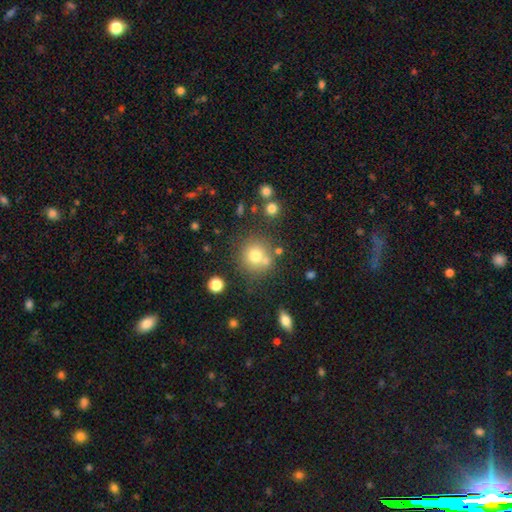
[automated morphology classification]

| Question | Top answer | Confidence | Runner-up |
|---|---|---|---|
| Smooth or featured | smooth | 73% | star or artifact (14%) |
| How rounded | round | 91% | in between (9%) |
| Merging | none | 69% | merger (16%) |